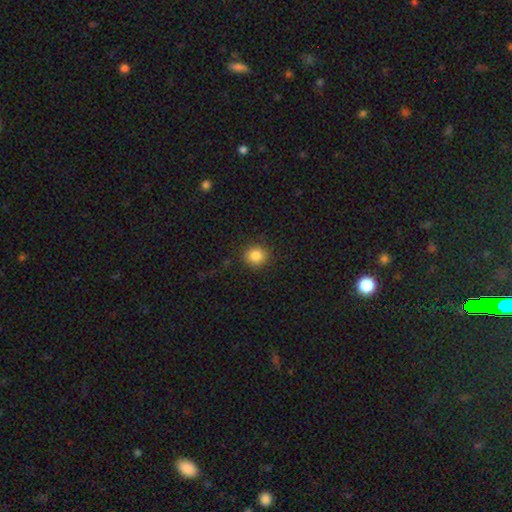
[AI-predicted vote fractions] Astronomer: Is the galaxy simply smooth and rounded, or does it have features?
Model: smooth — 85%.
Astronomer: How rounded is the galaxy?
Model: round — 87%.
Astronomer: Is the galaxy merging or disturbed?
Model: none — 89%.